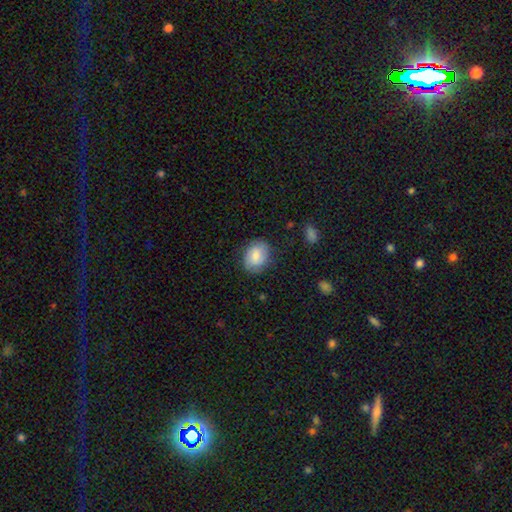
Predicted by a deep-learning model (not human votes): The model was most divided on "how rounded": in between: 59%, round: 40%, cigar-shaped: 1%. More confident: merging — none (79%); smooth or featured — smooth (73%).